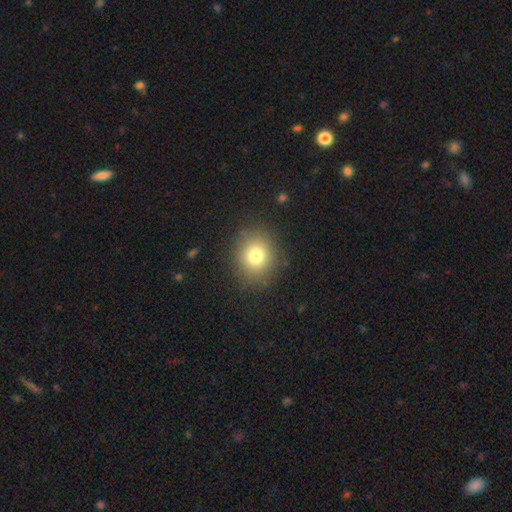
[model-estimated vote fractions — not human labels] This appears to be a smooth galaxy with no disk features (77%) that is round (79%). Merging: none (87%).